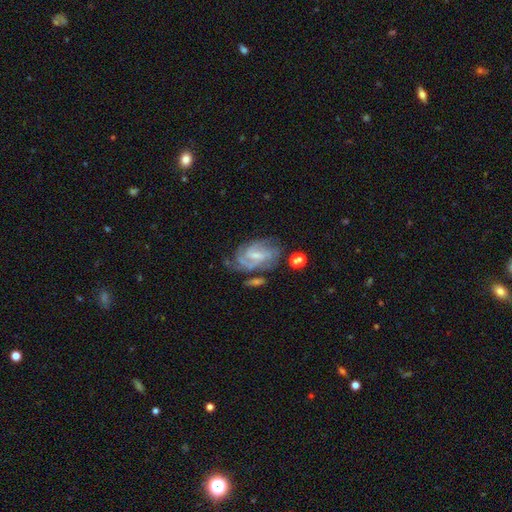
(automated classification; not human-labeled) smooth-or-featured: featured or disk: 81% | smooth: 12% | star or artifact: 7%
  disk-edge-on: no: 96% | yes: 4%
    bar: weak: 52% | no: 26% | strong: 22%
    has-spiral-arms: yes: 93% | no: 7%
      spiral-winding: tight: 48% | medium: 40% | loose: 12%
      spiral-arm-count: 2: 31% | can't tell: 28% | 3: 24% | 4: 9% | 1: 5% | more than 4: 4%
    bulge-size: small: 57% | moderate: 30% | none: 10% | large: 2% | dominant: 1%
  merging: none: 56% | minor disturbance: 22% | major disturbance: 14% | merger: 8%